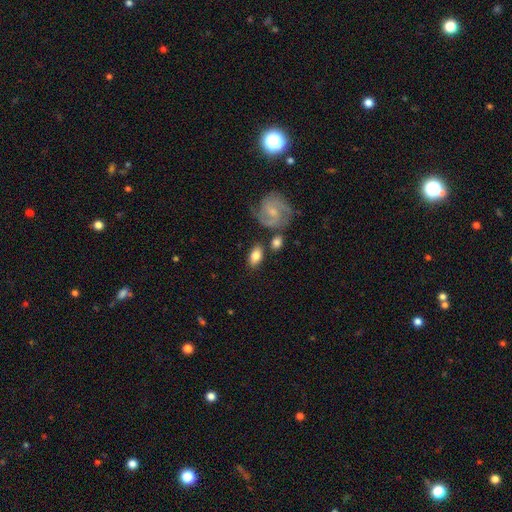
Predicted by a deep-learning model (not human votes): Smooth or featured: smooth — 73% (featured or disk — 21%)
How rounded: in between — 86% (round — 9%)
Merging: none — 73% (minor disturbance — 14%)